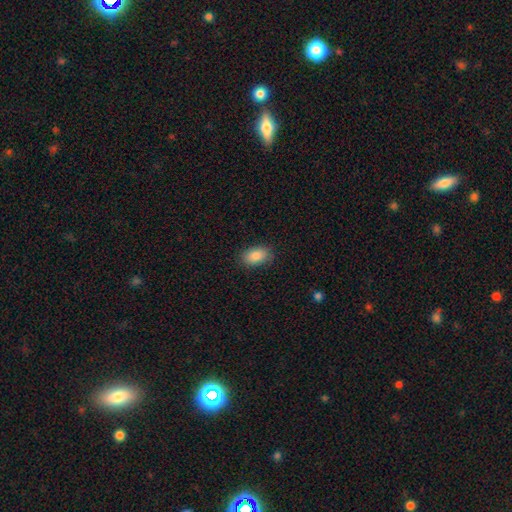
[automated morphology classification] The model was most divided on "merging": none: 86%, minor disturbance: 11%, major disturbance: 3%, merger: 1%. More confident: how rounded — in between (91%); smooth or featured — smooth (89%).